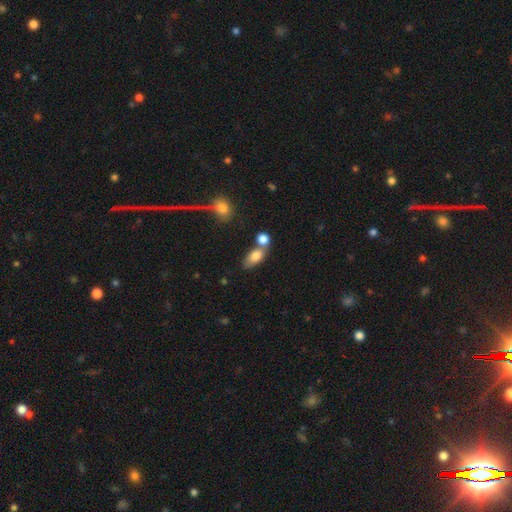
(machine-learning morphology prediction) A smooth galaxy with no disk features (79%) that is in between round and cigar-shaped (83%). Merging: merger (43%).